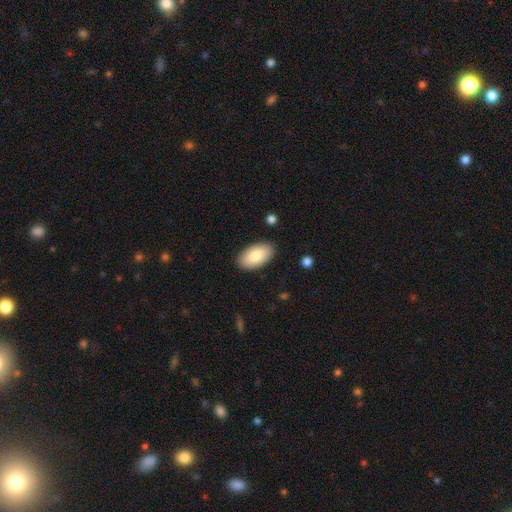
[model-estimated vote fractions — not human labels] smooth 83%, featured or disk 11%, star or artifact 6%. Down the decision tree: how rounded — in between (96%); merging — none (88%).